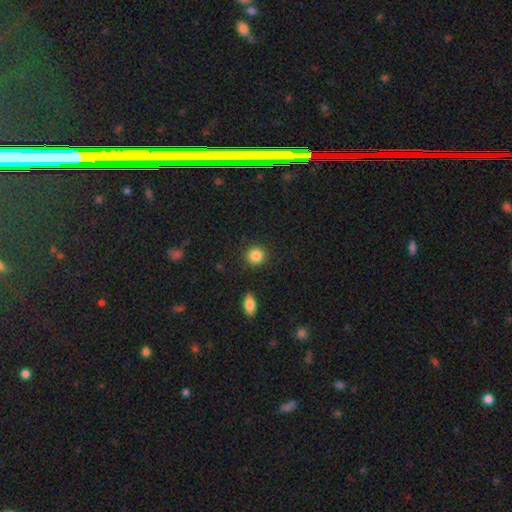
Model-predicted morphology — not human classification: smooth-or-featured: smooth: 87% | star or artifact: 9% | featured or disk: 4%
  how-rounded: round: 89% | in between: 10% | cigar-shaped: 1%
  merging: none: 90% | minor disturbance: 6% | major disturbance: 2% | merger: 2%